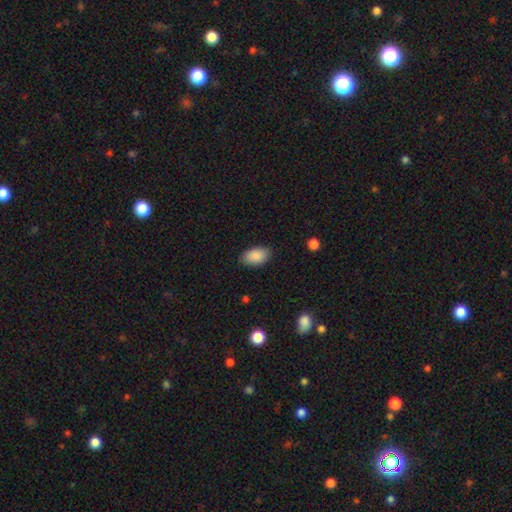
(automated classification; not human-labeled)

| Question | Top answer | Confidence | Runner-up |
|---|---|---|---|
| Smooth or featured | smooth | 89% | star or artifact (7%) |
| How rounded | in between | 93% | round (5%) |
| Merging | none | 85% | minor disturbance (11%) |